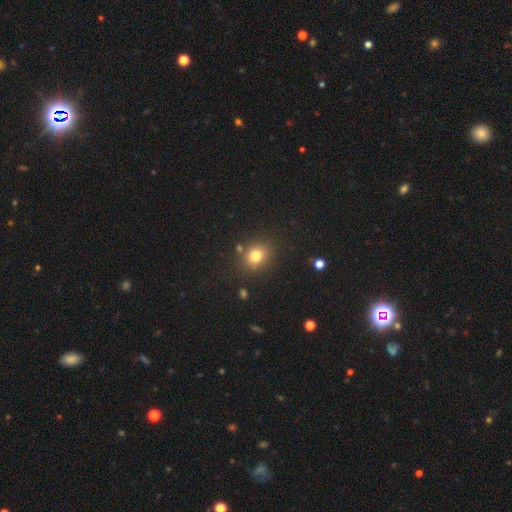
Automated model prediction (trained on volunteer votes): smooth 78%, star or artifact 14%, featured or disk 8%. Down the decision tree: how rounded — round (66%); merging — none (80%).